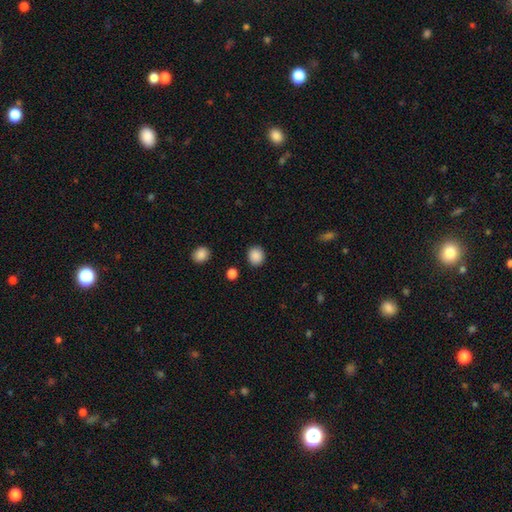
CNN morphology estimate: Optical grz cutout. It shows a smooth galaxy with no disk features (88%) that is round (81%). Merging: none (90%).